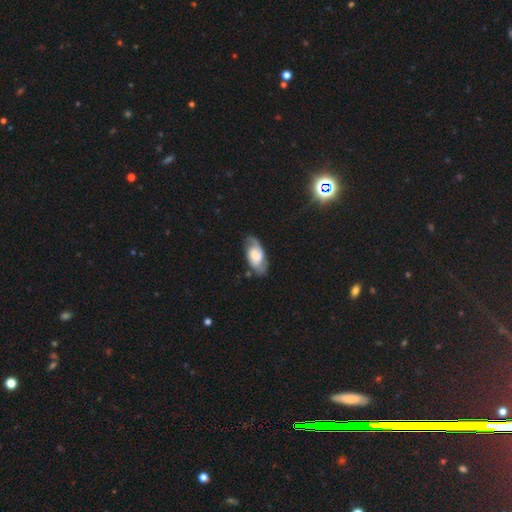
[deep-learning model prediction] Smooth or featured: featured or disk — 60% (smooth — 33%)
Edge-on disk: no — 92% (yes — 8%)
Bar: no — 56% (weak — 33%)
Spiral arms: yes — 86% (no — 14%)
Bulge size: large — 44% (none — 18%)
Merging: none — 68% (minor disturbance — 22%)